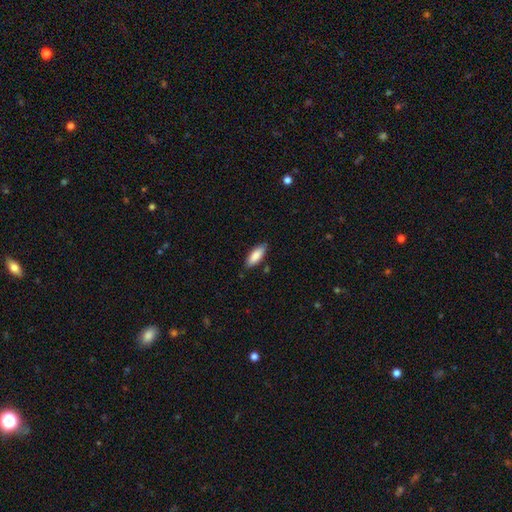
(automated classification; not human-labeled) A smooth galaxy with no disk features (85%) that is in between round and cigar-shaped (72%).

Vote fractions:
- Smooth or featured? smooth: 85% / featured or disk: 9% / star or artifact: 6%
- How rounded? in between: 72% / cigar-shaped: 26% / round: 2%
- Merging? none: 83% / minor disturbance: 13% / major disturbance: 2% / merger: 2%